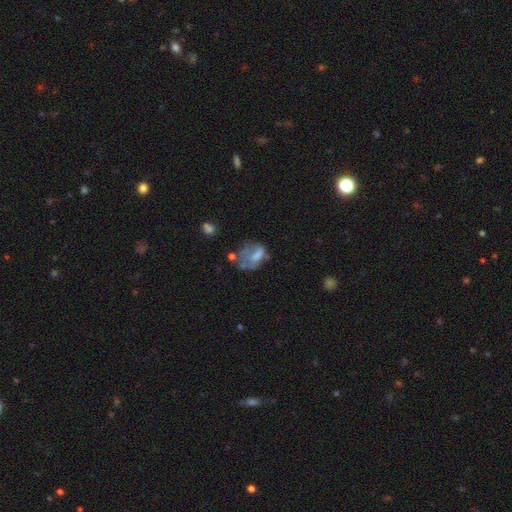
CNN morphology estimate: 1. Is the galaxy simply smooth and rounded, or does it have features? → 48% smooth, 39% featured or disk, 13% star or artifact.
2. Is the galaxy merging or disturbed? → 37% major disturbance, 27% none, 23% minor disturbance, 13% merger.